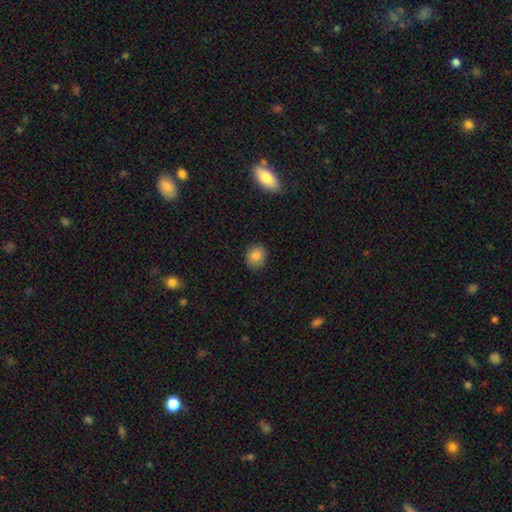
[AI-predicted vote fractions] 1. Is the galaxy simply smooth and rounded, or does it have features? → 84% smooth, 10% star or artifact, 6% featured or disk.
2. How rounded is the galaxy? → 66% round, 33% in between, 1% cigar-shaped.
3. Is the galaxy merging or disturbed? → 88% none, 9% minor disturbance, 2% major disturbance, 1% merger.